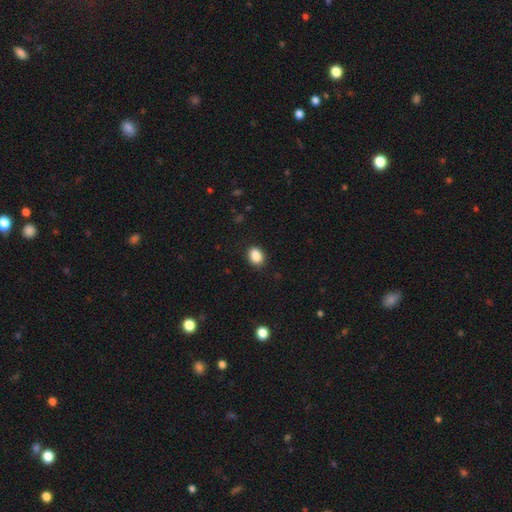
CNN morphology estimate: Smooth or featured? Predicted: smooth (p=0.88). How rounded? Predicted: in between (p=0.70). Merging? Predicted: none (p=0.85).